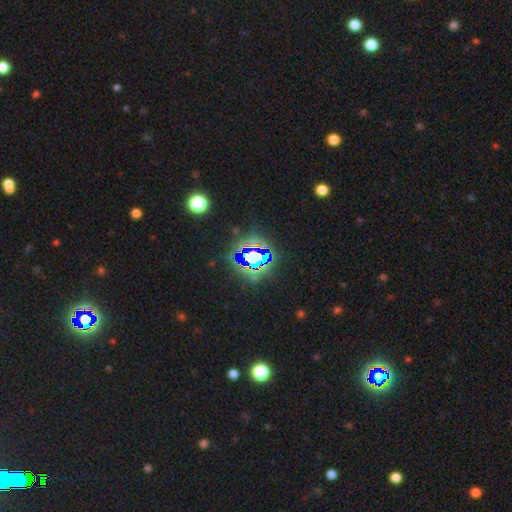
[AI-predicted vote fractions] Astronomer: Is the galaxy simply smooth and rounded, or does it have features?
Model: star or artifact — 76%.